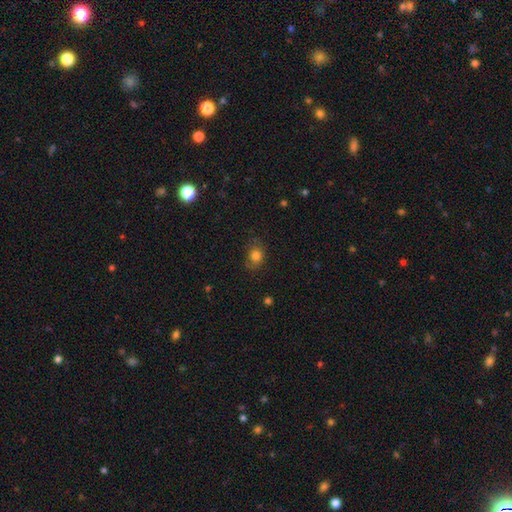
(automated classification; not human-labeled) This is clearly a smooth galaxy (81%). How rounded: possibly round (52%). Merging: likely none (72%).